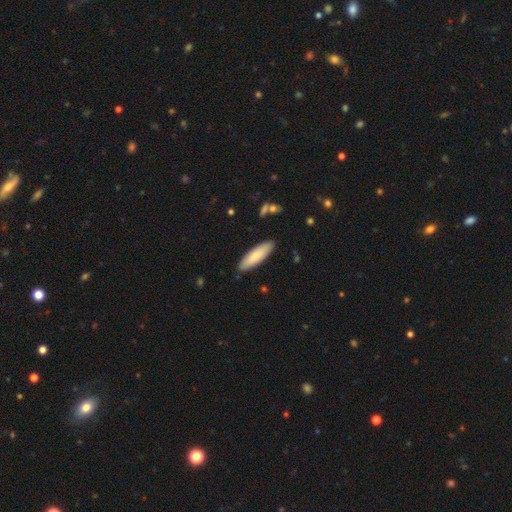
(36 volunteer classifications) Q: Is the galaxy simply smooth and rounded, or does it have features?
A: smooth — 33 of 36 (92%).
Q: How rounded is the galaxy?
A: cigar-shaped — 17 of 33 (52%).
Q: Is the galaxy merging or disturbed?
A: none — 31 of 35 (89%).